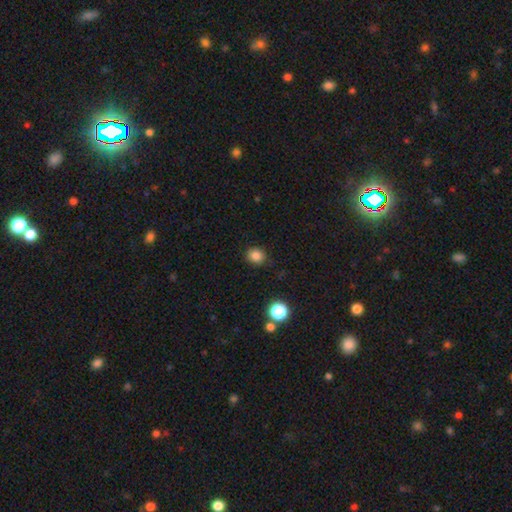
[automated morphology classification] A smooth galaxy with no disk features (84%) that is round (76%).

Vote fractions:
- Smooth or featured? smooth: 84% / star or artifact: 12% / featured or disk: 4%
- How rounded? round: 76% / in between: 23% / cigar-shaped: 1%
- Merging? none: 86% / minor disturbance: 10% / major disturbance: 3% / merger: 1%